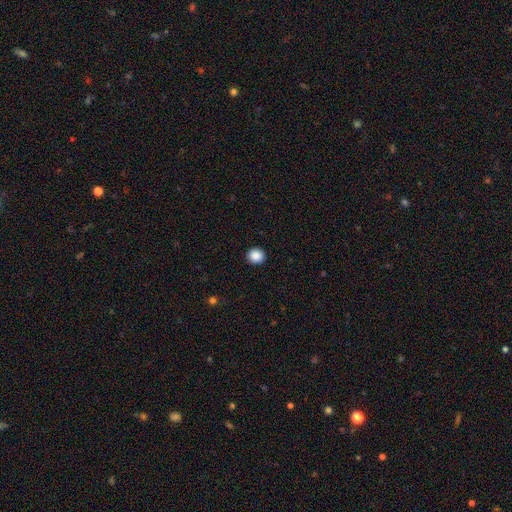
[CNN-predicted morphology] Smooth or featured?
  - smooth: 89% *
  - star or artifact: 9%
  - featured or disk: 3%
How rounded?
  - round: 90% *
  - in between: 9%
  - cigar-shaped: 1%
Merging?
  - none: 93% *
  - minor disturbance: 4%
  - major disturbance: 2%
  - merger: 1%